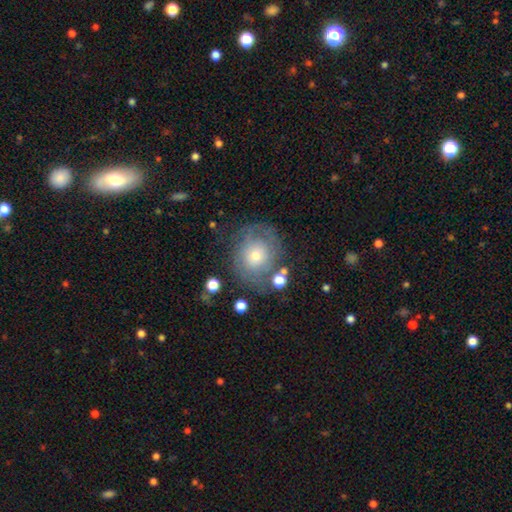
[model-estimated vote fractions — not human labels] Smooth or featured? smooth (45%)
Merging? none (61%)